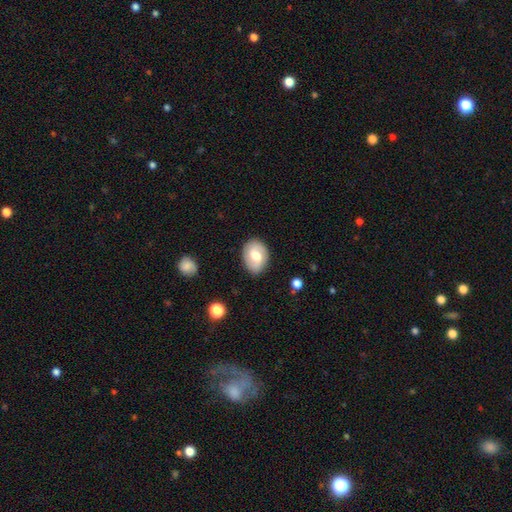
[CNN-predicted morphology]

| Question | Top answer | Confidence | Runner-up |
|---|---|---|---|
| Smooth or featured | smooth | 58% | featured or disk (35%) |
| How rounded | in between | 70% | round (29%) |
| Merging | none | 82% | minor disturbance (13%) |